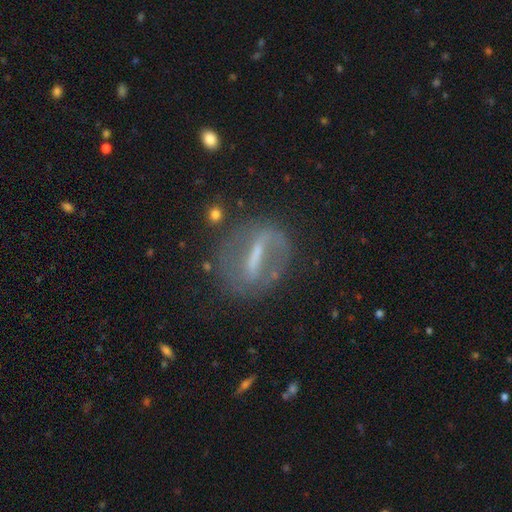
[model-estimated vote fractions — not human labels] Q: Smooth or featured?
A: featured or disk (71%); runner-up: smooth (19%)
Q: Edge-on disk?
A: no (82%); runner-up: yes (18%)
Q: Bar?
A: strong (72%); runner-up: weak (20%)
Q: Spiral arms?
A: no (50%); tied with: yes (50%)
Q: Bulge size?
A: small (38%); runner-up: none (30%)
Q: Merging?
A: none (69%); runner-up: minor disturbance (16%)